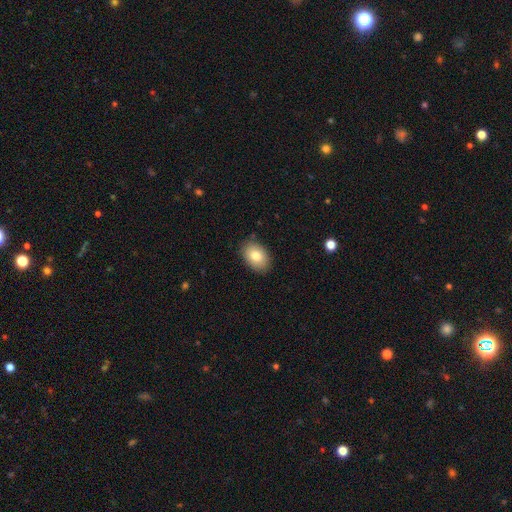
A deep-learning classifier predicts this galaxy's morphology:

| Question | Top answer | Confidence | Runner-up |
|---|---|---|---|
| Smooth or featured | smooth | 80% | featured or disk (13%) |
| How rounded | in between | 85% | round (14%) |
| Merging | none | 87% | minor disturbance (10%) |